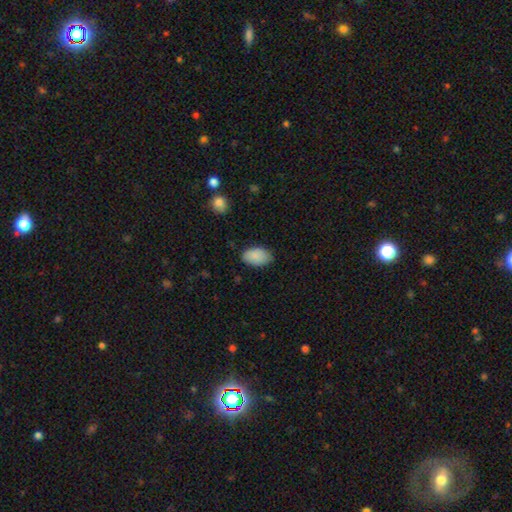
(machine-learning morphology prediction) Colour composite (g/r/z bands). It shows a smooth galaxy with no disk features (88%) that is in between round and cigar-shaped (92%). Merging: none (78%).